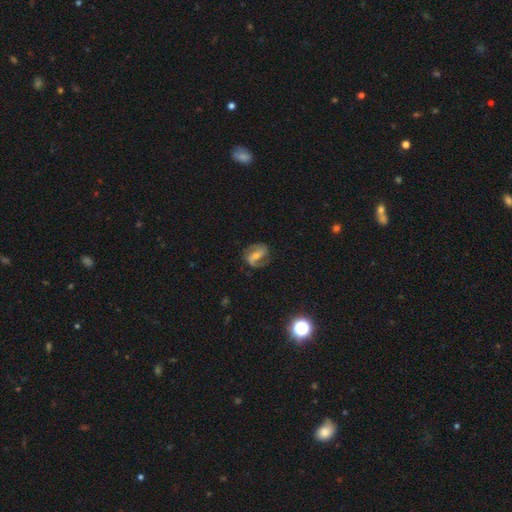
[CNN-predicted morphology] Q: Smooth or featured?
A: featured or disk (80%); runner-up: smooth (14%)
Q: Edge-on disk?
A: no (97%); runner-up: yes (3%)
Q: Bar?
A: weak (42%); runner-up: strong (36%)
Q: Spiral arms?
A: yes (93%); runner-up: no (7%)
Q: Spiral winding?
A: medium (48%); runner-up: loose (31%)
Q: Spiral arm count?
A: 2 (83%); runner-up: 1 (10%)
Q: Bulge size?
A: small (48%); runner-up: moderate (43%)
Q: Merging?
A: none (74%); runner-up: minor disturbance (16%)